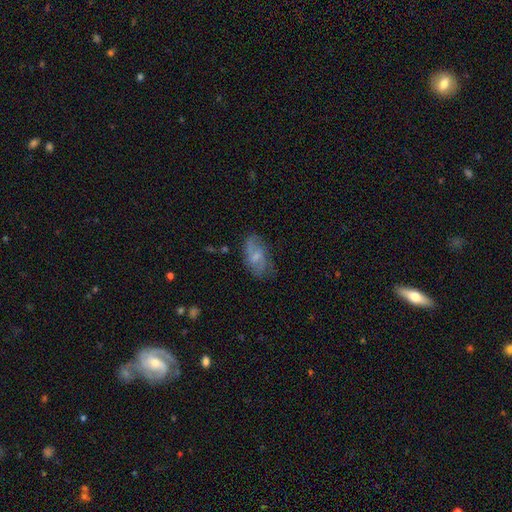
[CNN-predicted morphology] featured or disk 49%, smooth 42%, star or artifact 9%. Down the decision tree: merging — none (64%).